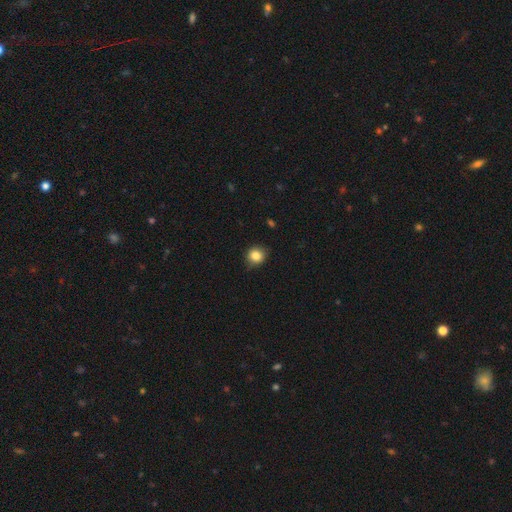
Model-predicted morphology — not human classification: Smooth or featured?
  - smooth: 85% *
  - star or artifact: 10%
  - featured or disk: 5%
How rounded?
  - round: 84% *
  - in between: 15%
  - cigar-shaped: 1%
Merging?
  - none: 82% *
  - minor disturbance: 15%
  - major disturbance: 2%
  - merger: 1%